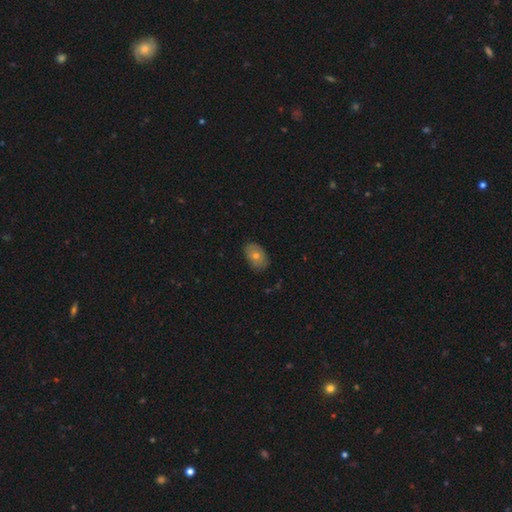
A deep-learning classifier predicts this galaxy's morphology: Overall: smooth (66%). How rounded: in between (84%). Merging: none (82%).